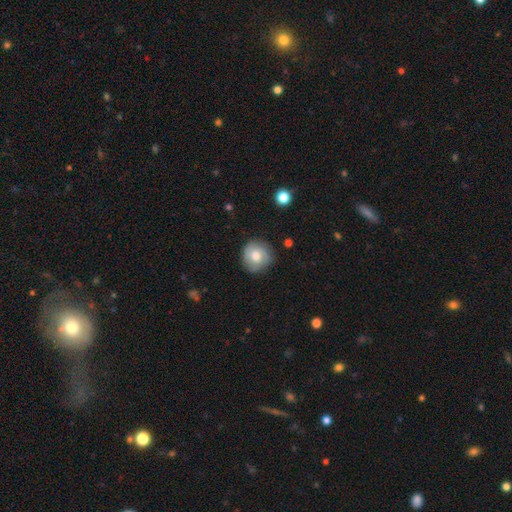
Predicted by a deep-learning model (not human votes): smooth-or-featured: smooth: 60% | featured or disk: 33% | star or artifact: 7%
  how-rounded: round: 89% | in between: 10% | cigar-shaped: 1%
  merging: none: 80% | minor disturbance: 15% | major disturbance: 4% | merger: 1%